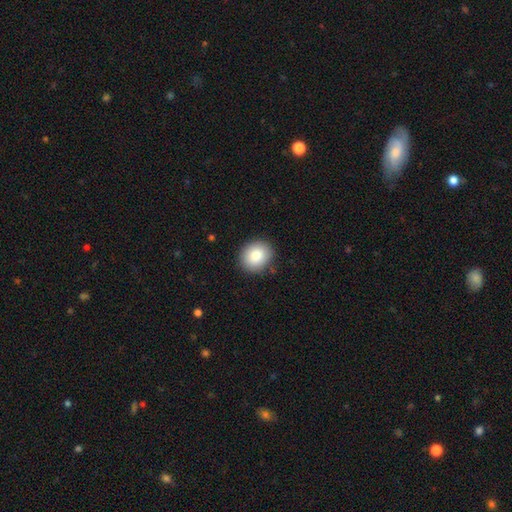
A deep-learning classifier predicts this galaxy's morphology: Smooth or featured? smooth (85%)
How rounded? round (70%)
Merging? none (88%)